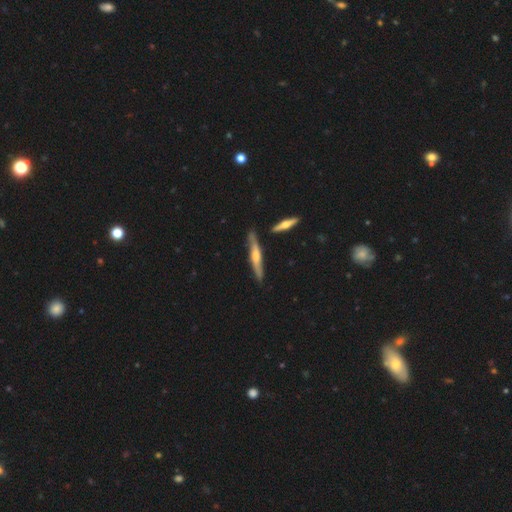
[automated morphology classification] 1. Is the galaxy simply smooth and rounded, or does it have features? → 63% featured or disk, 31% smooth, 6% star or artifact.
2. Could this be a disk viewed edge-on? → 91% yes, 9% no.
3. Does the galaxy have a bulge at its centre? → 70% rounded, 16% boxy, 14% none.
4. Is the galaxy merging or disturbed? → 79% none, 15% minor disturbance, 4% merger, 3% major disturbance.